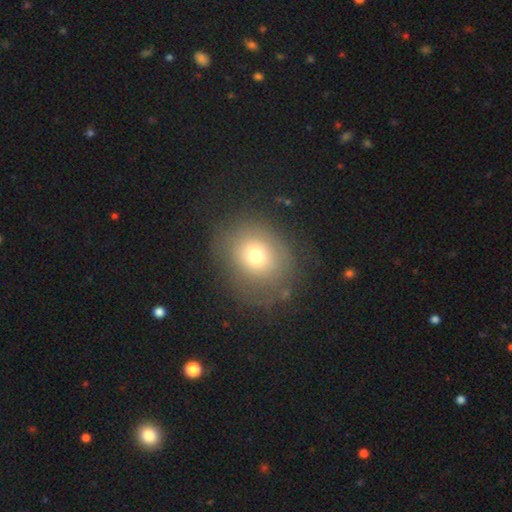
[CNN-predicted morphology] smooth-or-featured: smooth: 70% | featured or disk: 18% | star or artifact: 12%
  how-rounded: round: 61% | in between: 38% | cigar-shaped: 1%
  merging: none: 73% | minor disturbance: 17% | major disturbance: 9% | merger: 2%